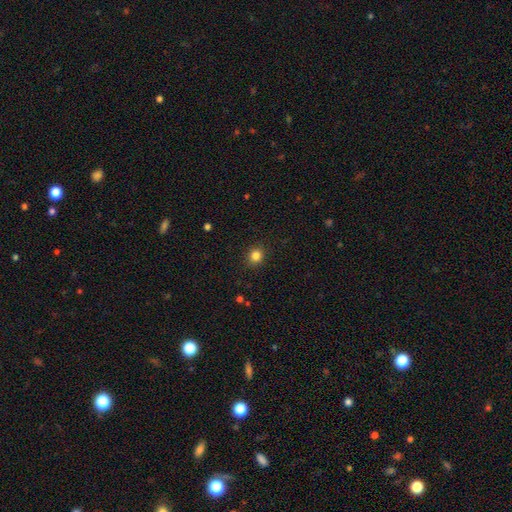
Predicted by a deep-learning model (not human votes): This is clearly a smooth galaxy (84%). How rounded: clearly round (86%). Merging: clearly none (90%).